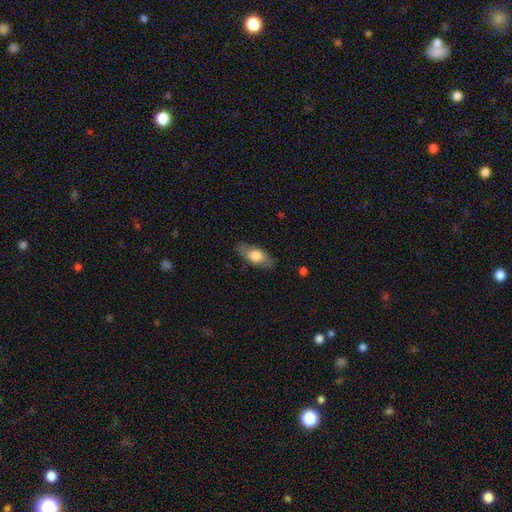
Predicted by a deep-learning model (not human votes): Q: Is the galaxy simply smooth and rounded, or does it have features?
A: smooth — 67%.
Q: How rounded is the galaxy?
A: in between — 82%.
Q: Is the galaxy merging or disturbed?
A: none — 81%.